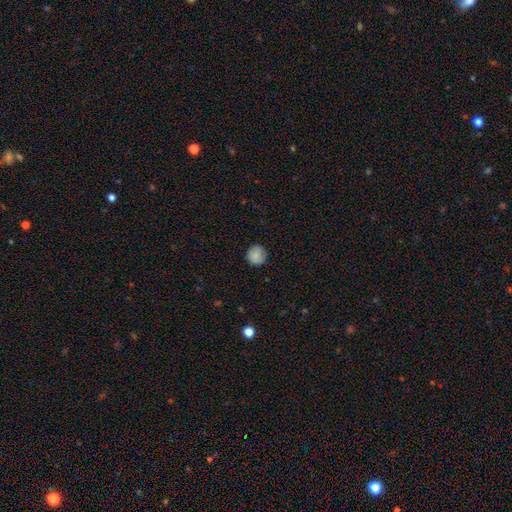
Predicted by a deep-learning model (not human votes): This appears to be a smooth galaxy with no disk features (85%) that is round (93%). Merging: none (85%).